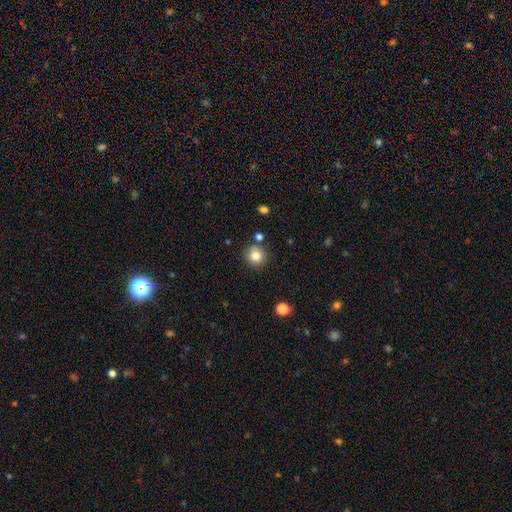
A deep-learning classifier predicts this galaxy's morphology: Overall: smooth (82%). How rounded: round (91%). Merging: none (83%).